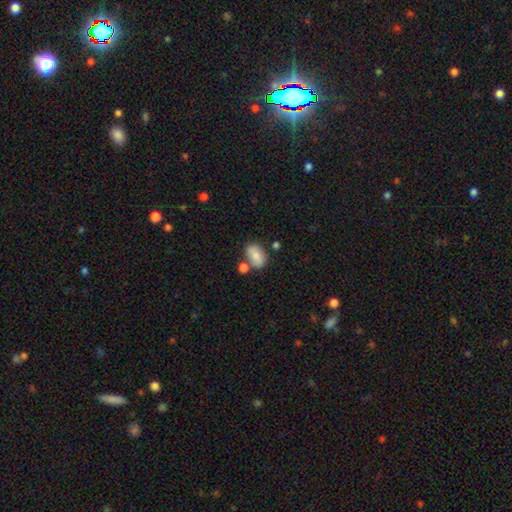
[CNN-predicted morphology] Smooth or featured? Predicted: smooth (p=0.78). How rounded? Predicted: in between (p=0.84). Merging? Predicted: none (p=0.61).